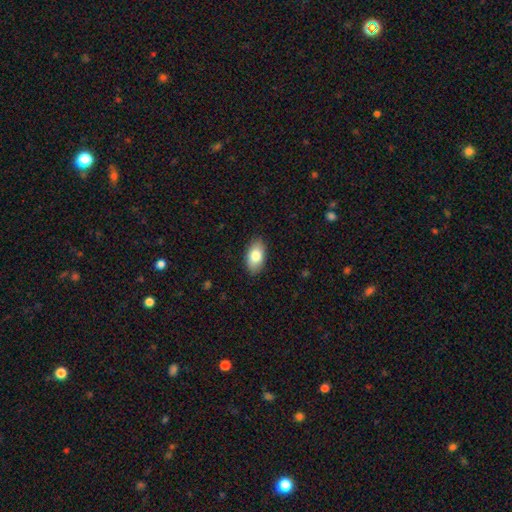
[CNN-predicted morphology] This appears to be a smooth galaxy with no disk features (80%) that is in between round and cigar-shaped (93%). Merging: none (88%).